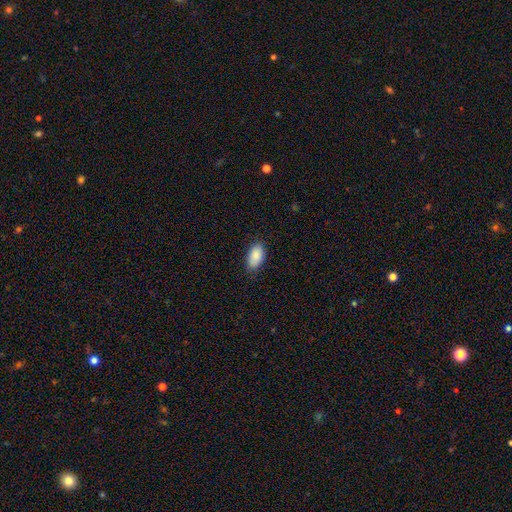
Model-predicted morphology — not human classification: A smooth galaxy with no disk features (89%) that is in between round and cigar-shaped (94%). Merging: none (82%).